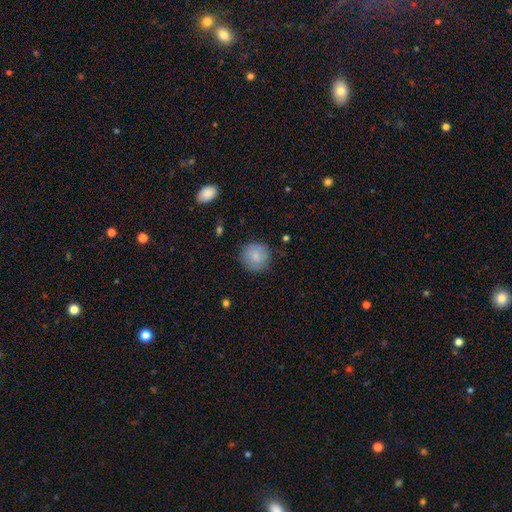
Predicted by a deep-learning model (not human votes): smooth 83%, featured or disk 10%, star or artifact 8%. Down the decision tree: how rounded — round (93%); merging — none (82%).